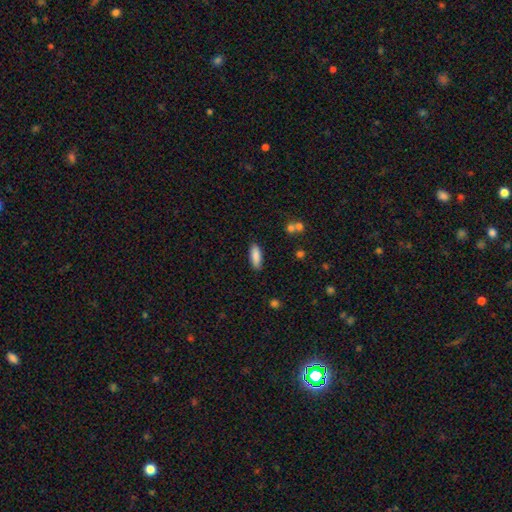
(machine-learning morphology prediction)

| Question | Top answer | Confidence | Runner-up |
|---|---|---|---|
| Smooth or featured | smooth | 87% | star or artifact (7%) |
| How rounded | in between | 62% | cigar-shaped (36%) |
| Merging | none | 86% | minor disturbance (10%) |